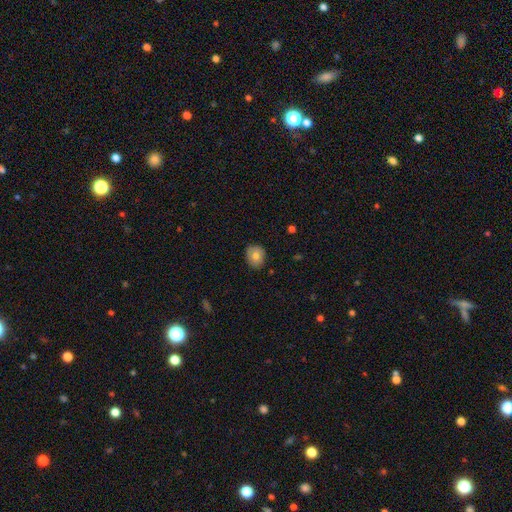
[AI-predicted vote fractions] A smooth galaxy with no disk features (76%) that is round (63%).

Vote fractions:
- Smooth or featured? smooth: 76% / featured or disk: 16% / star or artifact: 8%
- How rounded? round: 63% / in between: 36% / cigar-shaped: 1%
- Merging? none: 84% / minor disturbance: 13% / major disturbance: 2% / merger: 1%